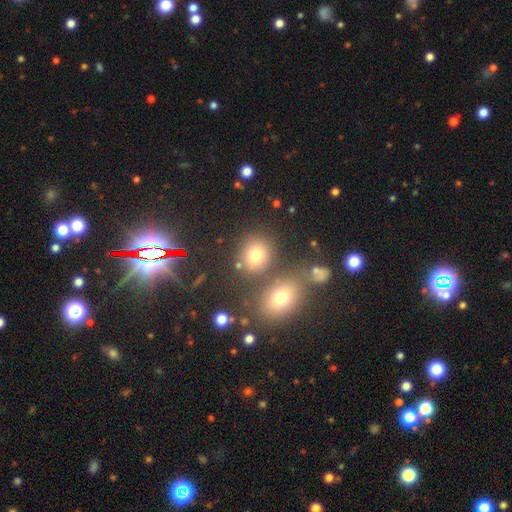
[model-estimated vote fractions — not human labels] smooth-or-featured: smooth: 71% | star or artifact: 18% | featured or disk: 10%
  how-rounded: round: 73% | in between: 26% | cigar-shaped: 1%
  merging: none: 70% | merger: 14% | minor disturbance: 11% | major disturbance: 5%